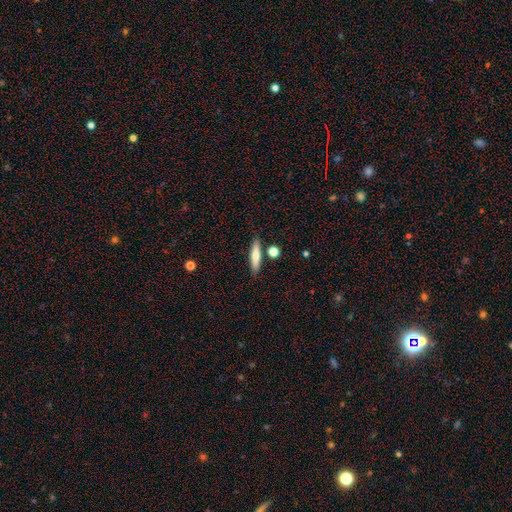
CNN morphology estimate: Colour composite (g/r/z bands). It shows a smooth galaxy with no disk features (68%) that is cigar-shaped (78%). Merging: none (82%).